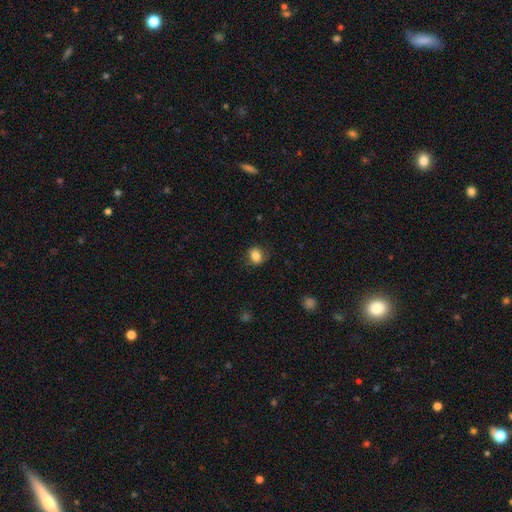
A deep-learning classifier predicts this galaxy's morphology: Q: Smooth or featured?
A: smooth (84%); runner-up: star or artifact (9%)
Q: How rounded?
A: round (52%); runner-up: in between (47%)
Q: Merging?
A: none (77%); runner-up: minor disturbance (17%)